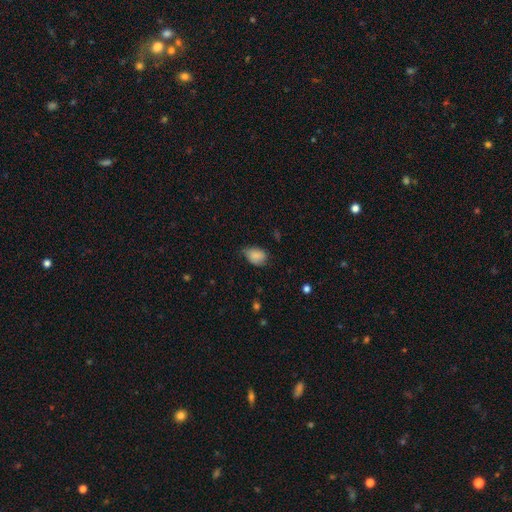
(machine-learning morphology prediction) Smooth or featured?
  - smooth: 84% *
  - featured or disk: 8%
  - star or artifact: 8%
How rounded?
  - in between: 77% *
  - round: 22%
  - cigar-shaped: 1%
Merging?
  - none: 56% *
  - minor disturbance: 35%
  - major disturbance: 8%
  - merger: 1%